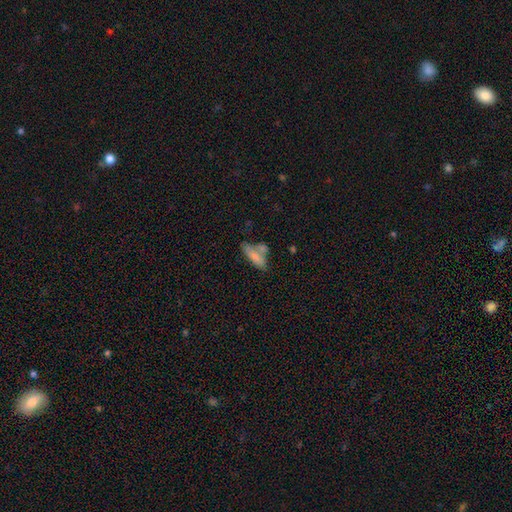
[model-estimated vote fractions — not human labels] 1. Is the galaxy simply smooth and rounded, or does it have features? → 73% smooth, 19% featured or disk, 8% star or artifact.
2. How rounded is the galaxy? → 56% in between, 41% cigar-shaped, 3% round.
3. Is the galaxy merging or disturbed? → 40% none, 34% merger, 17% minor disturbance, 8% major disturbance.